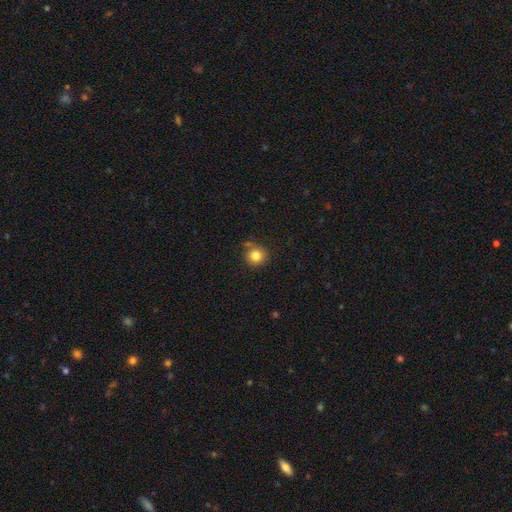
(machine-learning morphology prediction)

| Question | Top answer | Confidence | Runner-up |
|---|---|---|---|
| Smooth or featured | smooth | 82% | star or artifact (11%) |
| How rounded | round | 90% | in between (9%) |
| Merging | none | 74% | minor disturbance (16%) |